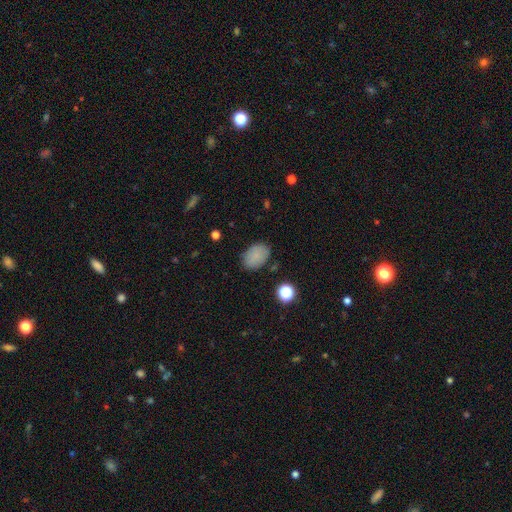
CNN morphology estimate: Overall: smooth (83%). How rounded: in between (83%). Merging: none (82%).